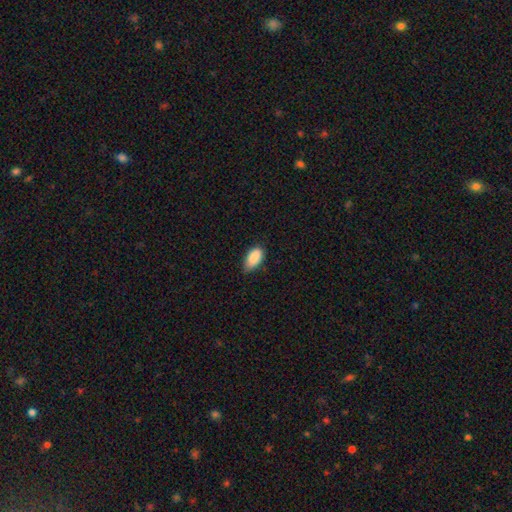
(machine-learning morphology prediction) smooth_or_featured: smooth (p=0.89) [alt: star or artifact p=0.07]
how_rounded: in between (p=0.93) [alt: cigar-shaped p=0.04]
merging: none (p=0.60) [alt: minor disturbance p=0.35]